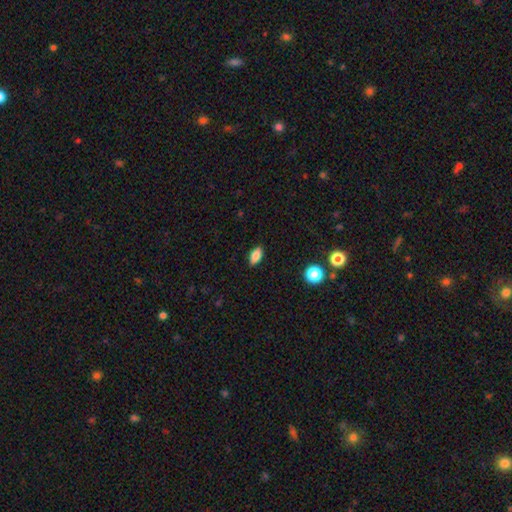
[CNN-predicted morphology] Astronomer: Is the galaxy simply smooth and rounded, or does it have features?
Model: smooth — 84%.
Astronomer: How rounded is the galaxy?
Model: in between — 87%.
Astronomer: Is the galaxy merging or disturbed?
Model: none — 87%.